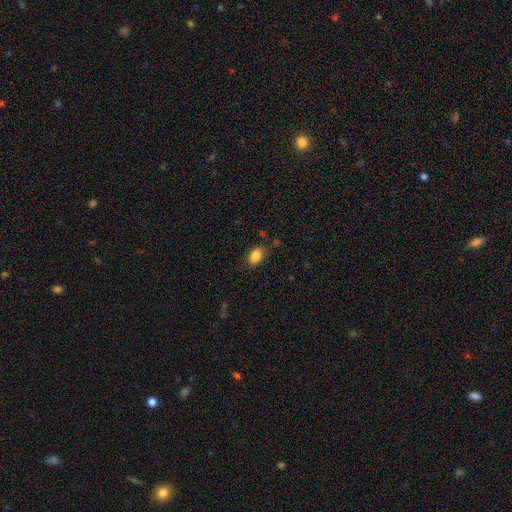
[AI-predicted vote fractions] This appears to be a smooth galaxy with no disk features (85%) that is in between round and cigar-shaped (84%). Merging: none (79%).